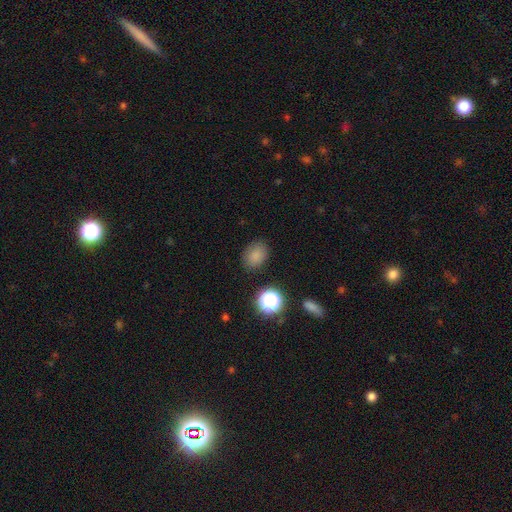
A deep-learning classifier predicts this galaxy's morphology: smooth-or-featured: smooth: 81% | star or artifact: 13% | featured or disk: 6%
  how-rounded: in between: 65% | round: 33% | cigar-shaped: 1%
  merging: none: 83% | minor disturbance: 12% | major disturbance: 3% | merger: 2%